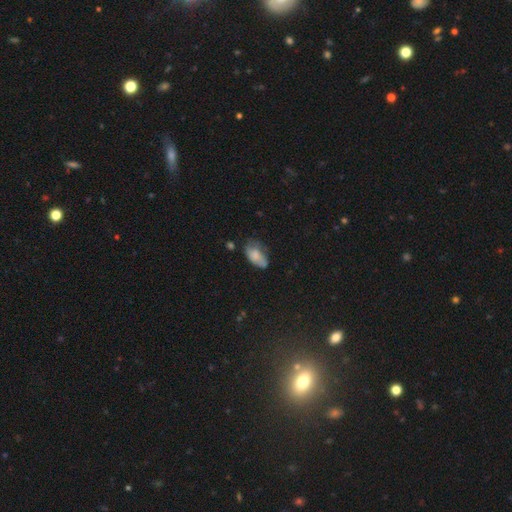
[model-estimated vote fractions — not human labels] This appears to be a smooth galaxy with no disk features (70%) that is in between round and cigar-shaped (92%). Merging: none (45%).